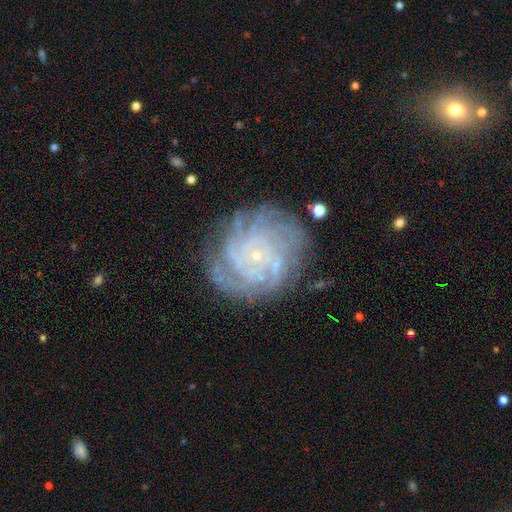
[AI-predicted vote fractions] Morphology: type=featured or disk (84%); edge-on=no (98%); bar=no (81%); spiral arms=yes (96%); winding=tight (80%); arm count=can't tell (25%, tied with 4); bulge=small (89%); merging=none (77%).